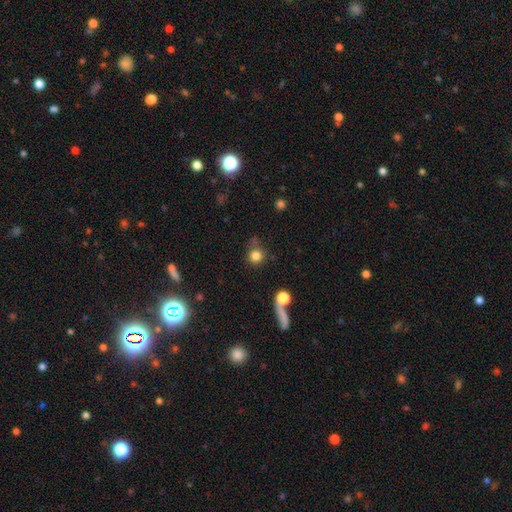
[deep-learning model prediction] Overall: smooth (81%). How rounded: round (91%). Merging: none (69%).